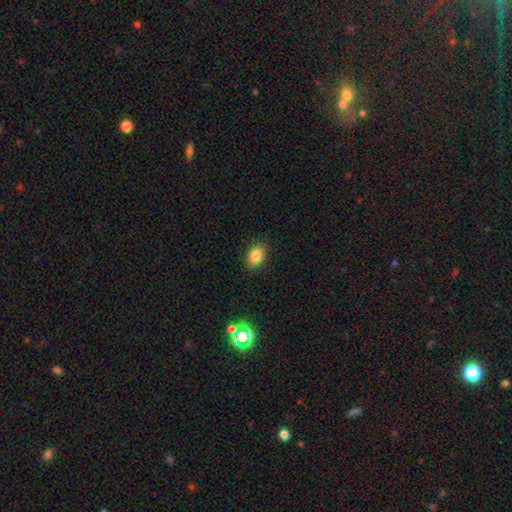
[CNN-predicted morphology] type=smooth (84%); roundness=in between (70%); merging=none (88%).